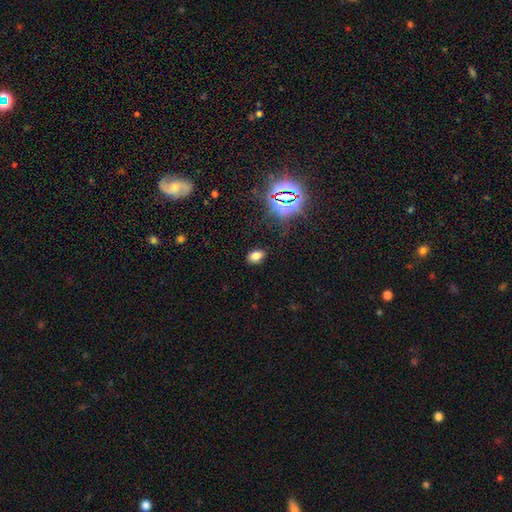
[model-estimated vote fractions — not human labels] A smooth galaxy with no disk features (74%) that is in between round and cigar-shaped (85%). Merging: none (86%).